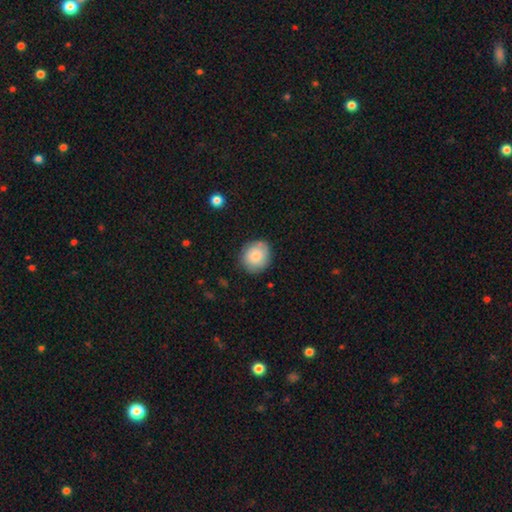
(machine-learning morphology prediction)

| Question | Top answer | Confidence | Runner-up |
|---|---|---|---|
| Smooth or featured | smooth | 81% | featured or disk (12%) |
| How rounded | round | 77% | in between (22%) |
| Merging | none | 83% | minor disturbance (13%) |